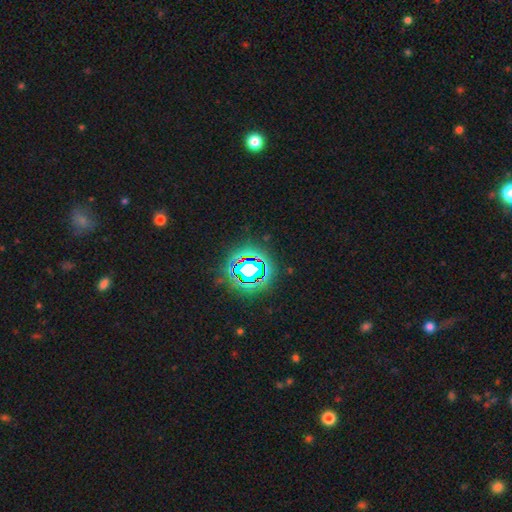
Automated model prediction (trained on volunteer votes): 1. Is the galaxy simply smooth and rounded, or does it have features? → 82% star or artifact, 12% smooth, 6% featured or disk.